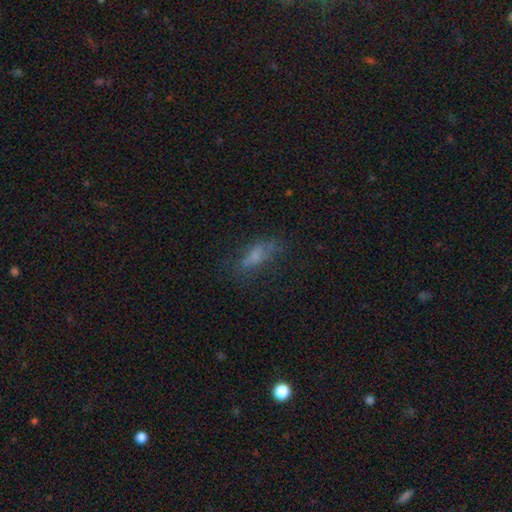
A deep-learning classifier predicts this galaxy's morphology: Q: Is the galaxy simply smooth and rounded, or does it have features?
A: smooth — 55%.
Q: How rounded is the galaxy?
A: in between — 61%.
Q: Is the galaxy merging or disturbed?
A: none — 51%.